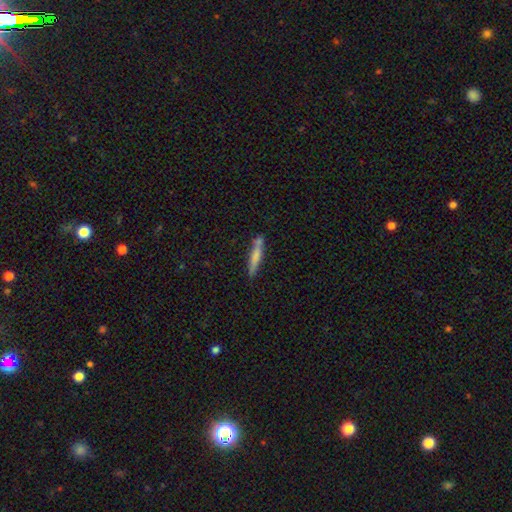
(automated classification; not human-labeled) This appears to be a smooth galaxy with no disk features (67%) that is cigar-shaped (92%). Merging: none (71%).